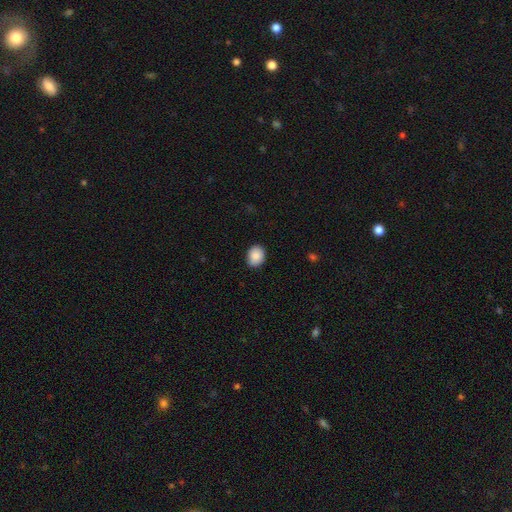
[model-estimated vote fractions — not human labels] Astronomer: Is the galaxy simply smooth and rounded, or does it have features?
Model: smooth — 88%.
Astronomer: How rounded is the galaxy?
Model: in between — 53% (runner-up: round, 46%).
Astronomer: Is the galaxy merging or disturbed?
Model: none — 88%.